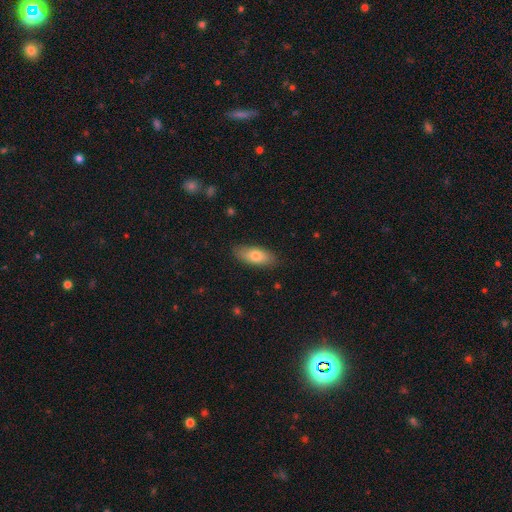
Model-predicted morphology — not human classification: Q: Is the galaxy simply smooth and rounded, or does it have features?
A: smooth — 76%.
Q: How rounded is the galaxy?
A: in between — 78%.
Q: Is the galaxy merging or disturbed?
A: none — 85%.